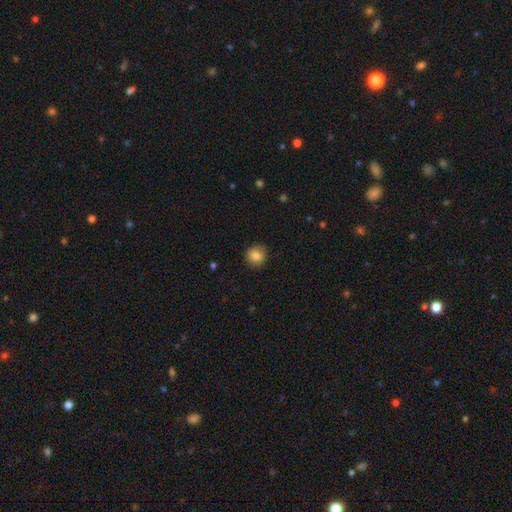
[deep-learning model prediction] A smooth galaxy with no disk features (83%) that is round (87%). Merging: none (85%).